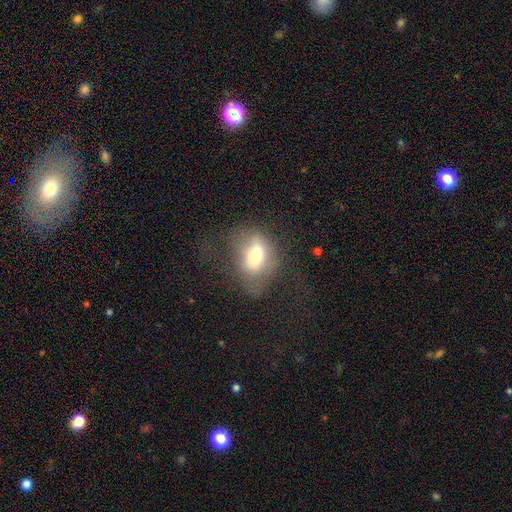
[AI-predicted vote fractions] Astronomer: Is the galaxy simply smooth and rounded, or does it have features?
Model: smooth — 63%.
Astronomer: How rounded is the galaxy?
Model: in between — 77%.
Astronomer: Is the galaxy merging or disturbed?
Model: none — 44% (runner-up: major disturbance, 30%).